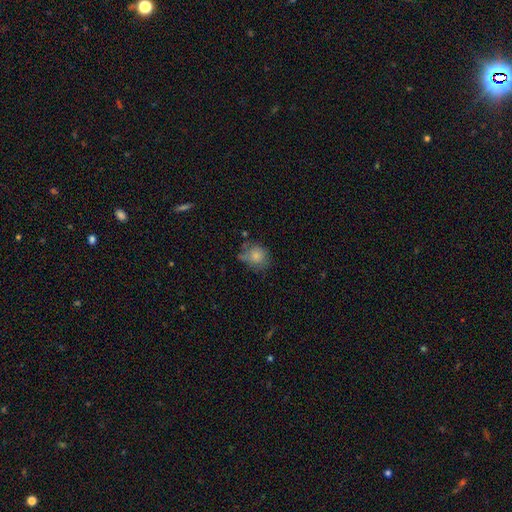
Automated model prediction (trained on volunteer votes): A smooth galaxy with no disk features (79%) that is round (77%). Merging: none (54%).